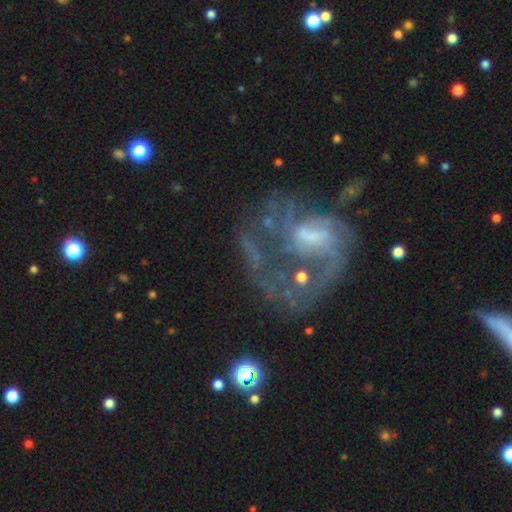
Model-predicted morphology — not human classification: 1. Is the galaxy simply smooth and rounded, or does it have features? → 74% featured or disk, 14% star or artifact, 12% smooth.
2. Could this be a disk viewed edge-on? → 97% no, 3% yes.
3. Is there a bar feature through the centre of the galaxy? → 50% no, 40% weak, 10% strong.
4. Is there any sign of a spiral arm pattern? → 70% yes, 30% no.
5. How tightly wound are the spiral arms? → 39% medium, 35% loose, 26% tight.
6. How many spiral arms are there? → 39% 1, 28% can't tell, 21% 2, 6% 3, 3% 4, 3% more than 4.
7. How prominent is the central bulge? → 33% small (tied), 33% moderate (tied), 28% none, 5% large, 2% dominant.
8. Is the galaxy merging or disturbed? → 43% major disturbance, 35% none, 14% minor disturbance, 8% merger.